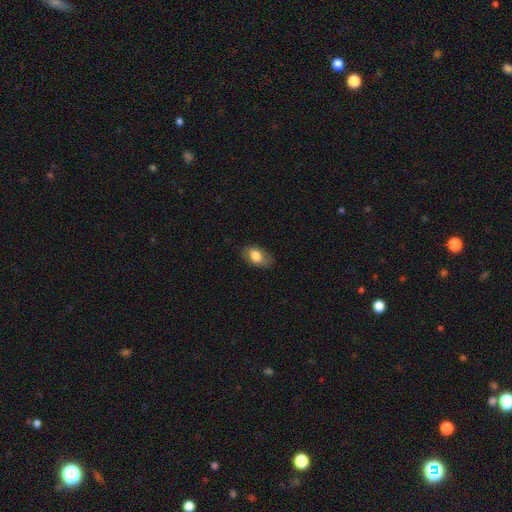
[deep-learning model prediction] This appears to be a smooth galaxy with no disk features (77%) that is in between round and cigar-shaped (90%). Merging: none (78%).